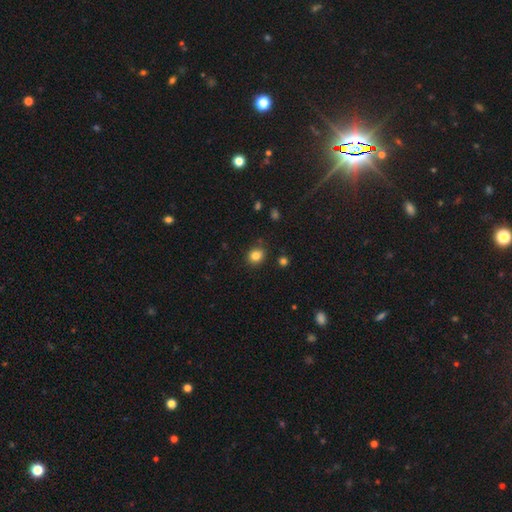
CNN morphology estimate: smooth-or-featured: smooth: 83% | star or artifact: 11% | featured or disk: 6%
  how-rounded: round: 71% | in between: 28% | cigar-shaped: 1%
  merging: none: 85% | minor disturbance: 9% | merger: 3% | major disturbance: 2%